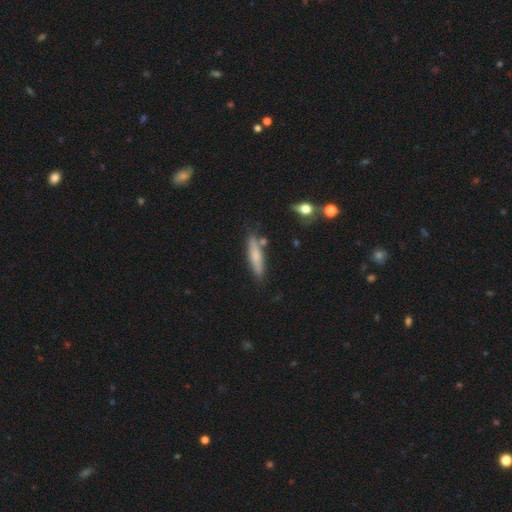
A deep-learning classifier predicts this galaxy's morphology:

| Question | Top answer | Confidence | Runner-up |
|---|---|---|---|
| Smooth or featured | smooth | 65% | featured or disk (29%) |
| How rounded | cigar-shaped | 81% | in between (17%) |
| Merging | none | 77% | minor disturbance (14%) |